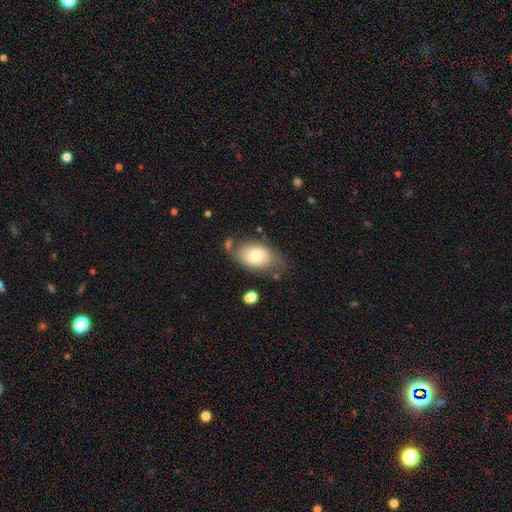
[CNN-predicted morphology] This appears to be a smooth galaxy with no disk features (63%) that is in between round and cigar-shaped (89%). Merging: none (59%).